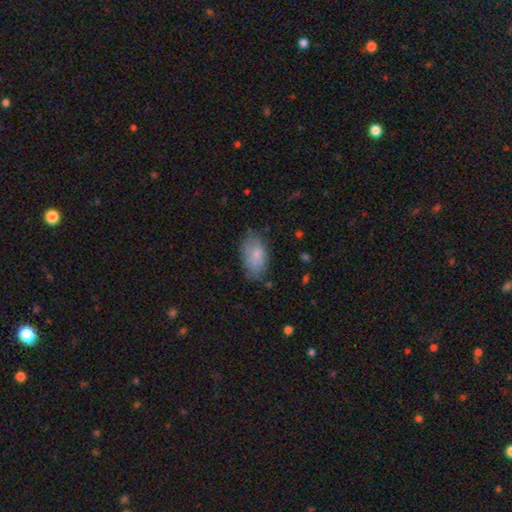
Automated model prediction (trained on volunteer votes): A smooth galaxy with no disk features (81%) that is in between round and cigar-shaped (93%). Merging: none (71%).